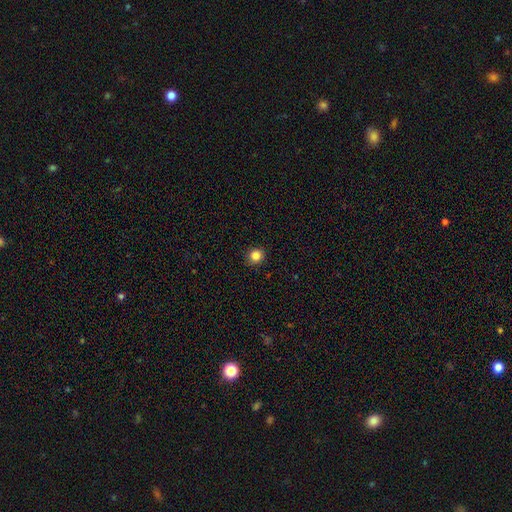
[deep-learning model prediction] smooth_or_featured: smooth (p=0.84) [alt: star or artifact p=0.11]
how_rounded: round (p=0.90) [alt: in between p=0.10]
merging: none (p=0.91) [alt: minor disturbance p=0.07]